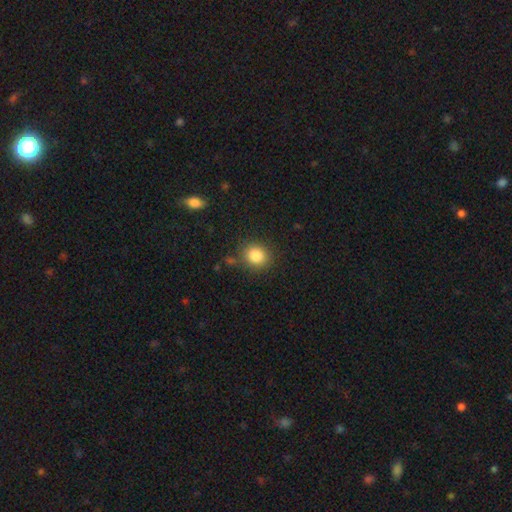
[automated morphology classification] Smooth or featured: smooth — 85% (star or artifact — 10%)
How rounded: round — 77% (in between — 22%)
Merging: none — 82% (minor disturbance — 11%)